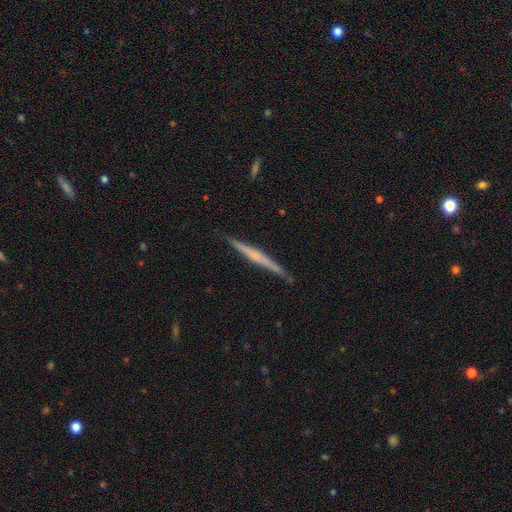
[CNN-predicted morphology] smooth_or_featured: featured or disk (p=0.62) [alt: smooth p=0.32]
disk_edge_on: yes (p=0.98) [alt: no p=0.02]
edge_on_bulge: none (p=0.51) [alt: rounded p=0.33]
merging: none (p=0.87) [alt: minor disturbance p=0.10]